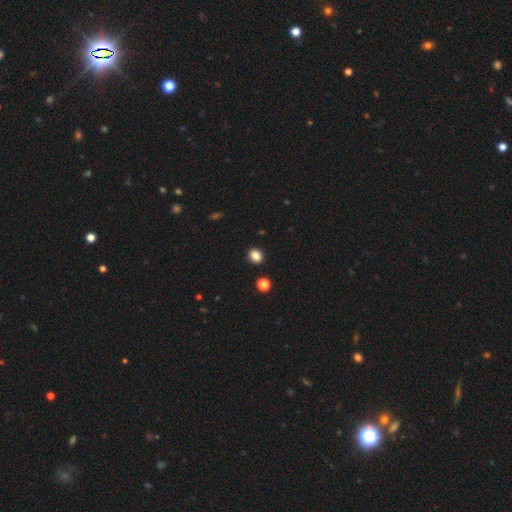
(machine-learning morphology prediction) This is clearly a smooth galaxy (85%). How rounded: possibly in between (51%). Merging: clearly none (90%).